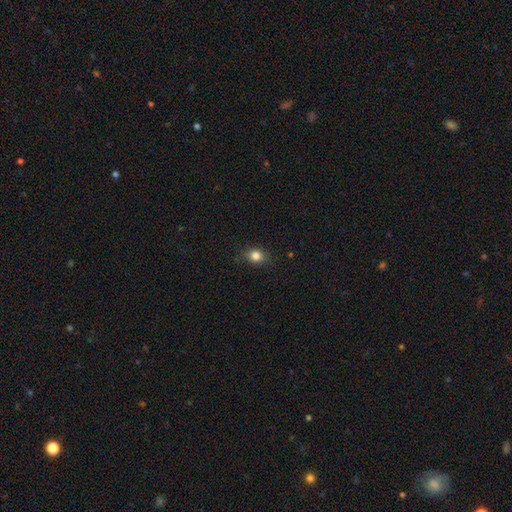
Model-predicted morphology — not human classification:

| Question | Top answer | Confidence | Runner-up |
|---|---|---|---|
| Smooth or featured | smooth | 82% | star or artifact (11%) |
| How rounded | round | 49% | tied: in between (49%) |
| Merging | none | 82% | minor disturbance (14%) |